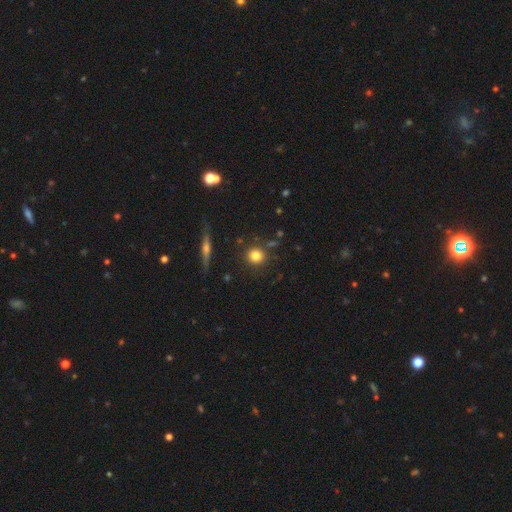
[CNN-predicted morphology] Smooth or featured: smooth — 81% (star or artifact — 11%)
How rounded: round — 89% (in between — 9%)
Merging: none — 84% (minor disturbance — 9%)